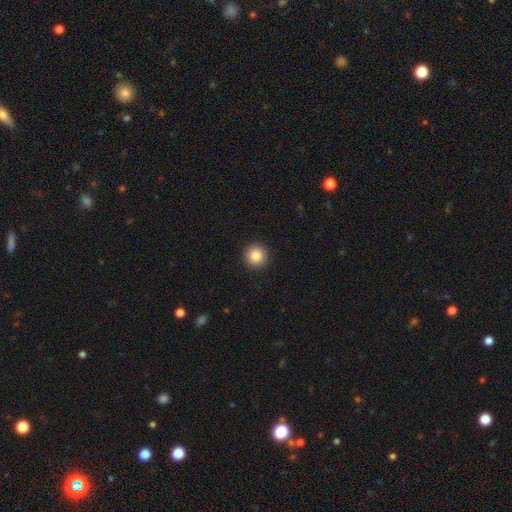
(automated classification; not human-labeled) This appears to be a smooth galaxy with no disk features (84%) that is round (96%). Merging: none (93%).